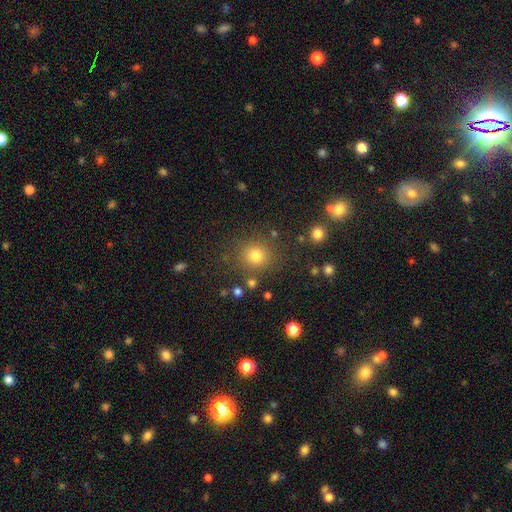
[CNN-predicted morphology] Smooth or featured: smooth — 77% (star or artifact — 16%)
How rounded: round — 90% (in between — 9%)
Merging: none — 84% (minor disturbance — 8%)